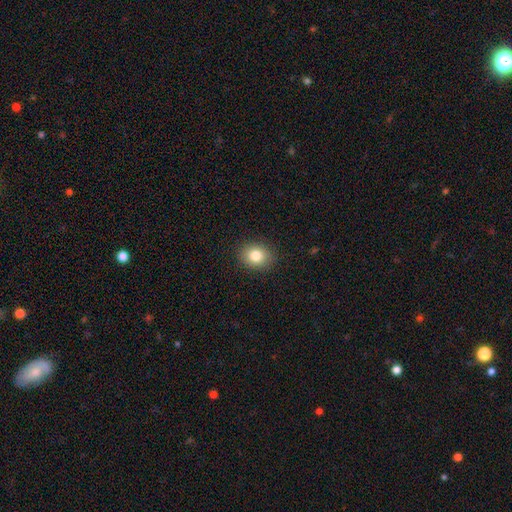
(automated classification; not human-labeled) smooth 82%, star or artifact 10%, featured or disk 8%. Down the decision tree: how rounded — round (58%); merging — none (89%).